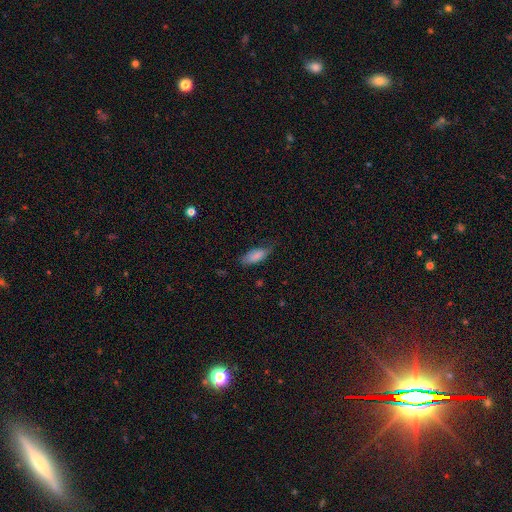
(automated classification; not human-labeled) smooth-or-featured: smooth: 83% | featured or disk: 10% | star or artifact: 7%
  how-rounded: in between: 79% | cigar-shaped: 19% | round: 2%
  merging: none: 62% | minor disturbance: 29% | major disturbance: 8% | merger: 1%